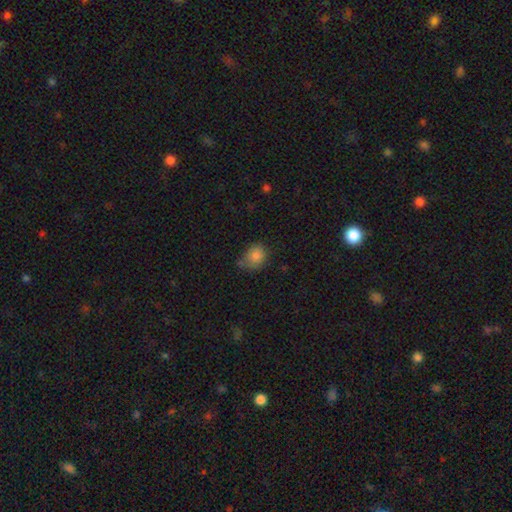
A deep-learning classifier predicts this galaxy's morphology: Smooth or featured: smooth — 83% (star or artifact — 10%)
How rounded: round — 57% (in between — 42%)
Merging: none — 51% (minor disturbance — 33%)